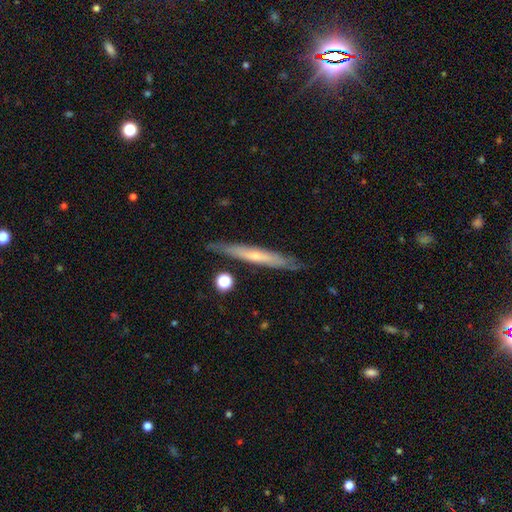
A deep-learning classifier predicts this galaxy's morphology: Smooth or featured?
  - featured or disk: 56% *
  - smooth: 38%
  - star or artifact: 6%
Edge-on disk?
  - yes: 88% *
  - no: 12%
Merging?
  - none: 82% *
  - minor disturbance: 13%
  - major disturbance: 3%
  - merger: 2%